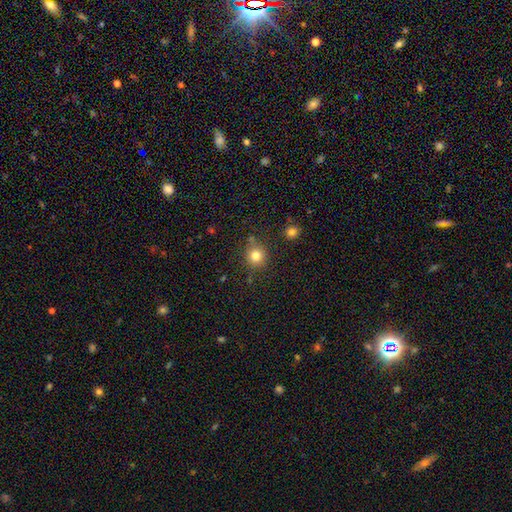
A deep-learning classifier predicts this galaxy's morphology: A smooth galaxy with no disk features (81%) that is round (91%).

Vote fractions:
- Smooth or featured? smooth: 81% / star or artifact: 13% / featured or disk: 7%
- How rounded? round: 91% / in between: 8% / cigar-shaped: 1%
- Merging? none: 83% / minor disturbance: 9% / merger: 5% / major disturbance: 3%